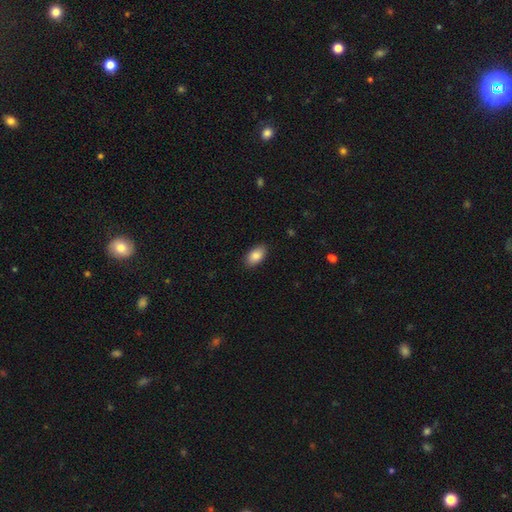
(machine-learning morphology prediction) smooth_or_featured: smooth (p=0.87) [alt: star or artifact p=0.07]
how_rounded: in between (p=0.93) [alt: round p=0.05]
merging: none (p=0.87) [alt: minor disturbance p=0.10]